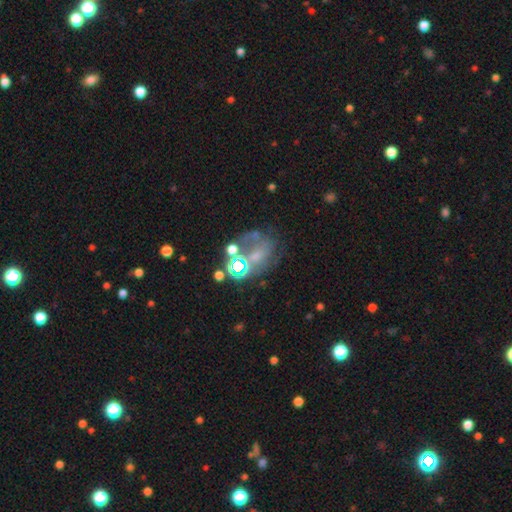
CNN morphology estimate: smooth_or_featured: featured or disk (p=0.37) [alt: smooth p=0.32]
merging: none (p=0.33) [alt: major disturbance p=0.30]